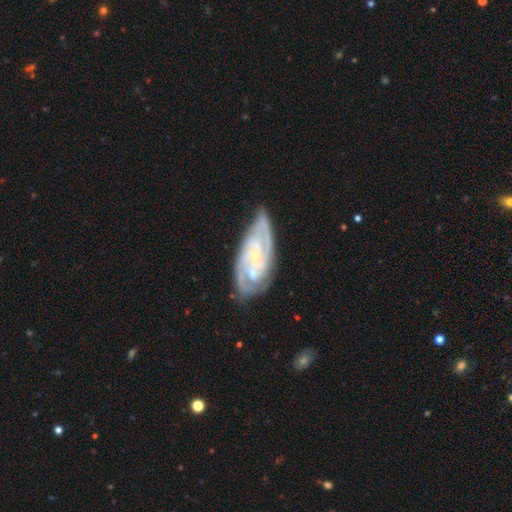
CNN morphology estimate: The model was most divided on "spiral arm count": 2: 42%, 3: 30%, can't tell: 12%, 4: 8%, more than 4: 4%, 1: 4%. More confident: spiral arms — yes (97%); edge-on disk — no (95%); smooth or featured — featured or disk (88%); bulge size — small (77%); merging — none (66%); bar — no (60%); spiral winding — tight (60%).